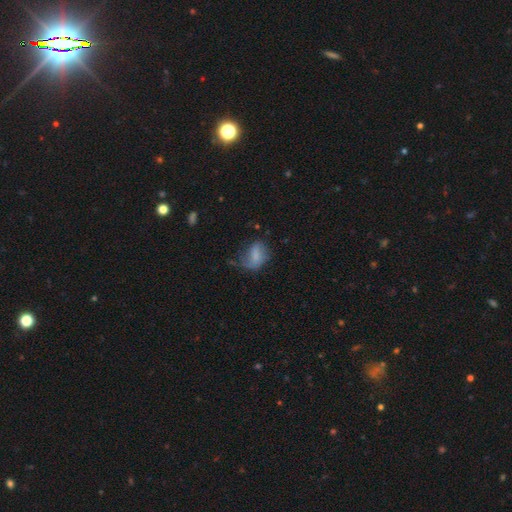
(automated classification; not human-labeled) The model was most divided on "merging": none: 39%, minor disturbance: 31%, major disturbance: 27%, merger: 3%. More confident: how rounded — in between (77%); smooth or featured — smooth (61%).